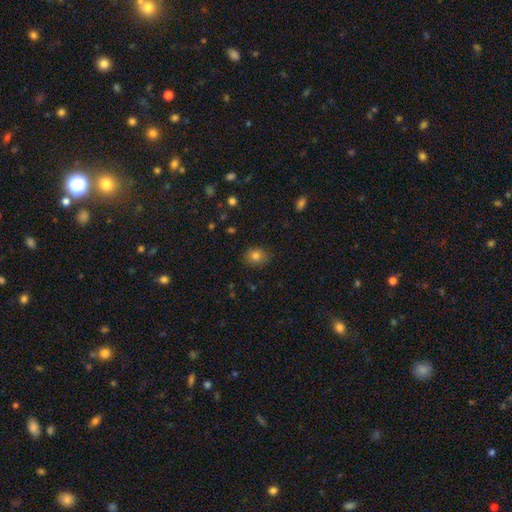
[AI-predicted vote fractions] Smooth or featured?
  - smooth: 80% *
  - star or artifact: 11%
  - featured or disk: 9%
How rounded?
  - round: 55% *
  - in between: 44%
  - cigar-shaped: 1%
Merging?
  - none: 82% *
  - minor disturbance: 13%
  - major disturbance: 3%
  - merger: 1%